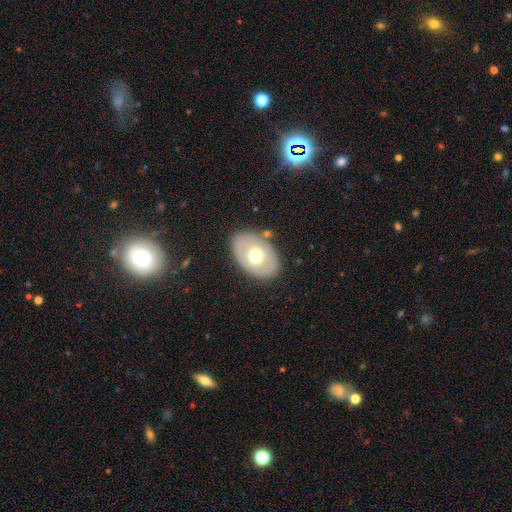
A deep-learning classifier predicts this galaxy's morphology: A smooth galaxy with no disk features (54%) that is in between round and cigar-shaped (80%).

Vote fractions:
- Smooth or featured? smooth: 54% / featured or disk: 39% / star or artifact: 6%
- How rounded? in between: 80% / round: 19% / cigar-shaped: 1%
- Merging? none: 81% / minor disturbance: 12% / major disturbance: 4% / merger: 3%